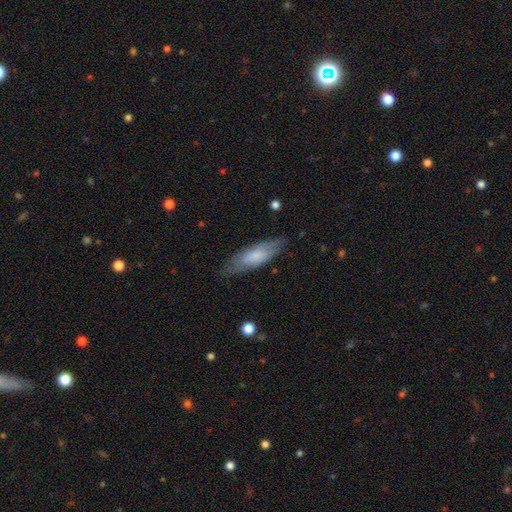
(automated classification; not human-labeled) smooth 68%, featured or disk 26%, star or artifact 6%. Down the decision tree: how rounded — in between (51%); merging — none (75%).